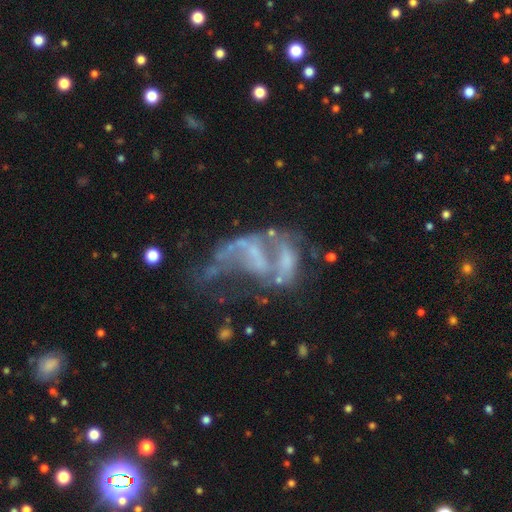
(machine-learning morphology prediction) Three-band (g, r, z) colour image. It shows a featured or disk galaxy (69%) with no bar (67%), no spiral arms (69%) and no central bulge (62%). Merging: major disturbance (40%).